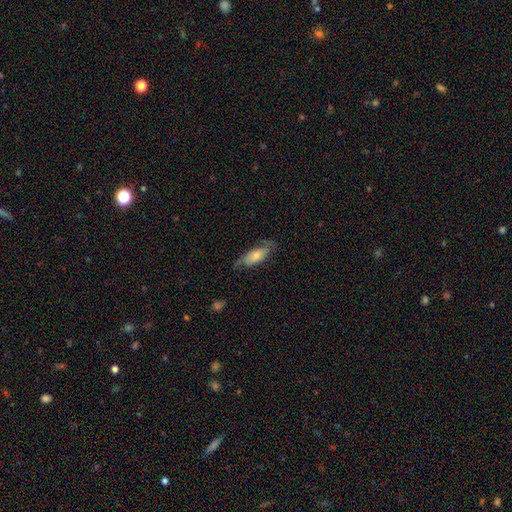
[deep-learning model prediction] Smooth or featured? smooth (54%)
How rounded? in between (78%)
Merging? none (60%)